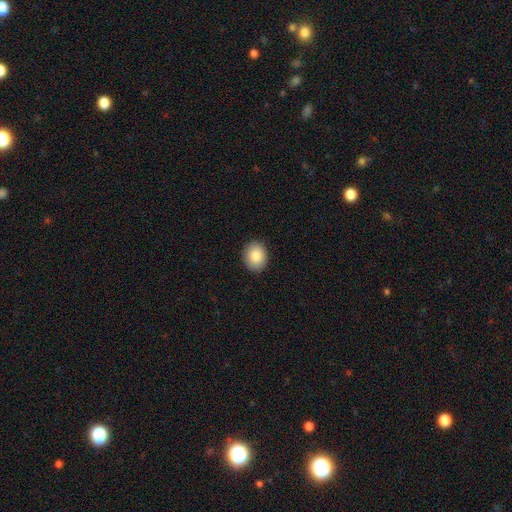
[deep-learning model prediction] This is clearly a smooth galaxy (85%). How rounded: possibly round (53%). Merging: clearly none (90%).